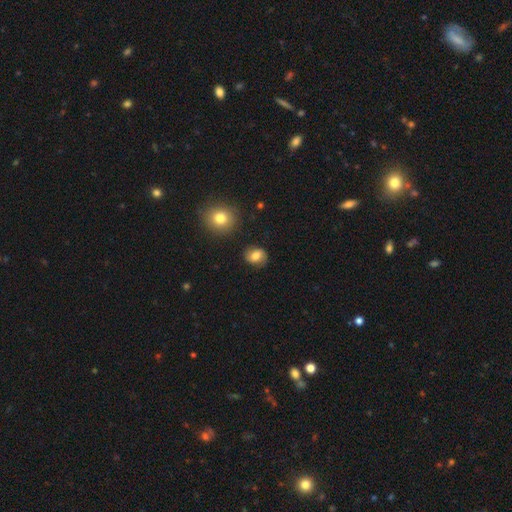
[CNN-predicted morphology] smooth_or_featured: smooth (p=0.72) [alt: featured or disk p=0.19]
how_rounded: round (p=0.60) [alt: in between p=0.39]
merging: none (p=0.83) [alt: minor disturbance p=0.12]